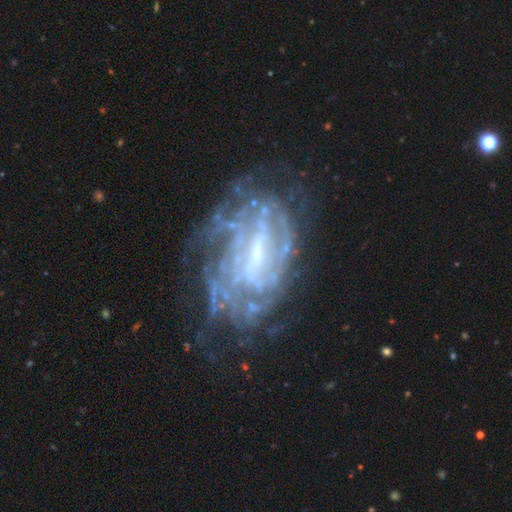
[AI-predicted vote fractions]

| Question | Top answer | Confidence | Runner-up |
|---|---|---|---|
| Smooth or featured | featured or disk | 85% | star or artifact (8%) |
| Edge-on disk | no | 96% | yes (4%) |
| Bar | weak | 49% | strong (31%) |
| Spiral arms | yes | 81% | no (19%) |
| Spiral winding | tight | 58% | medium (31%) |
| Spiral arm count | can't tell | 54% | 2 (11%) |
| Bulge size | small | 53% | moderate (27%) |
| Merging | none | 57% | minor disturbance (21%) |